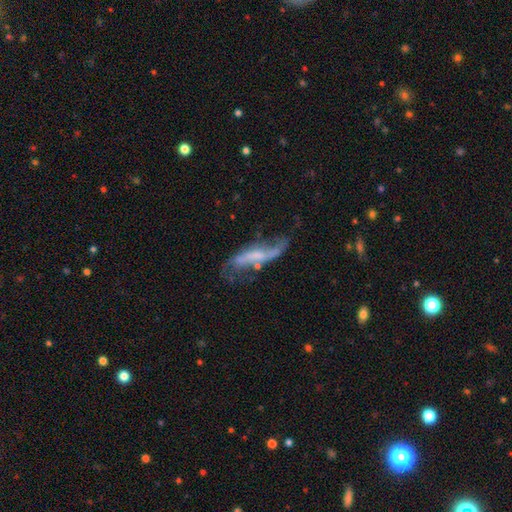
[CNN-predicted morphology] This appears to be a featured or disk galaxy (72%) with no bar (37%), spiral arms (80%) and no central bulge (38%). Merging: none (43%).